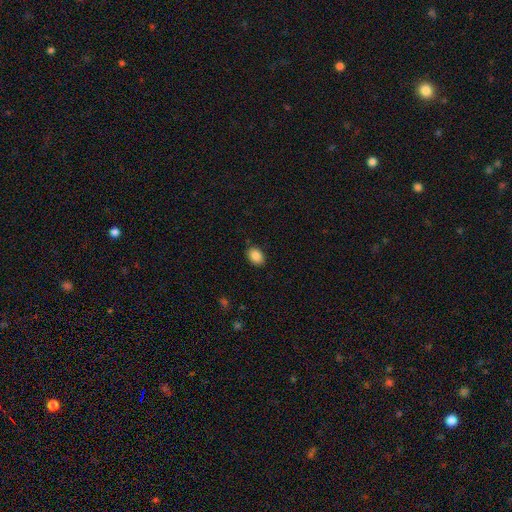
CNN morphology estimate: Smooth or featured?
  - smooth: 88% *
  - star or artifact: 8%
  - featured or disk: 4%
How rounded?
  - in between: 78% *
  - round: 21%
  - cigar-shaped: 1%
Merging?
  - none: 87% *
  - minor disturbance: 10%
  - major disturbance: 2%
  - merger: 1%